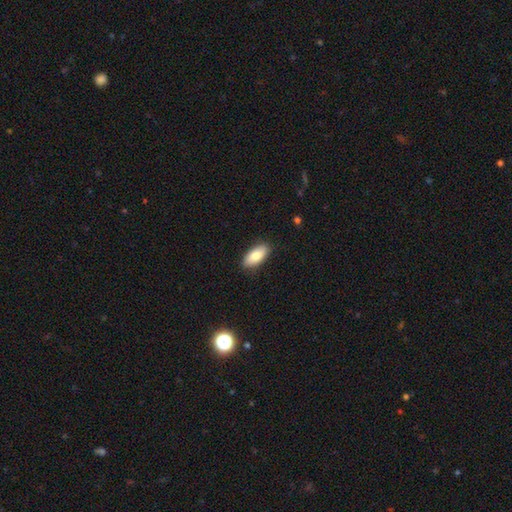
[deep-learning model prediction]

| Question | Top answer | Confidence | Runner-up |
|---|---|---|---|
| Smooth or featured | smooth | 81% | featured or disk (13%) |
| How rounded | in between | 88% | cigar-shaped (10%) |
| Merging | none | 88% | minor disturbance (9%) |